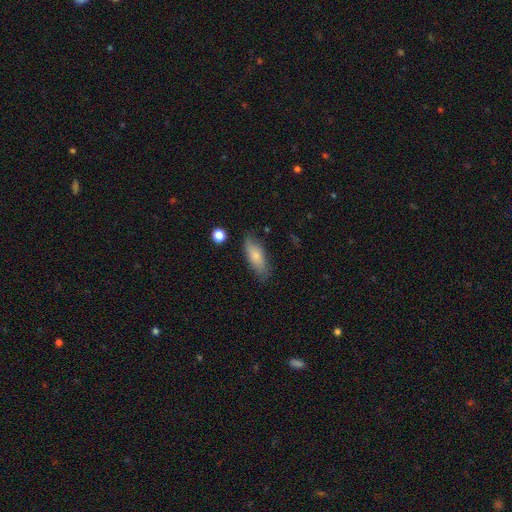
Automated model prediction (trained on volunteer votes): This appears to be a smooth galaxy with no disk features (75%) that is in between round and cigar-shaped (69%). Merging: none (75%).